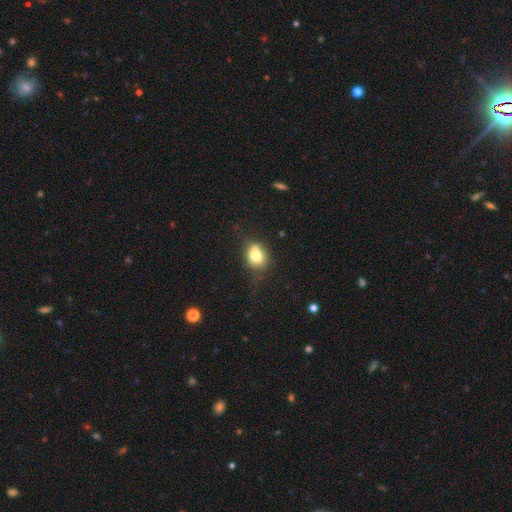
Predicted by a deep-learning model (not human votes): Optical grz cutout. It shows a smooth galaxy with no disk features (75%) that is in between round and cigar-shaped (63%). Merging: none (54%).